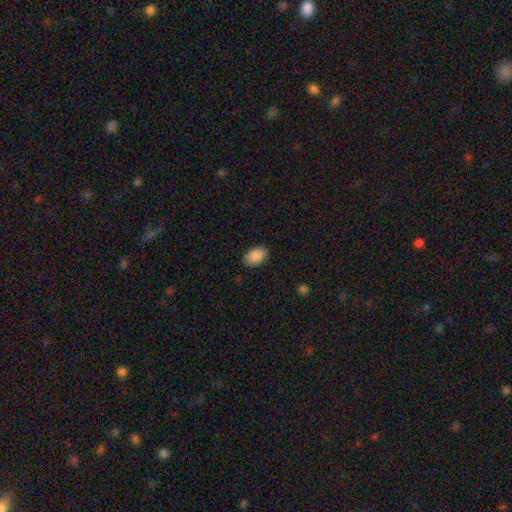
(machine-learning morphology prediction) type=smooth (89%); roundness=in between (90%); merging=none (86%).